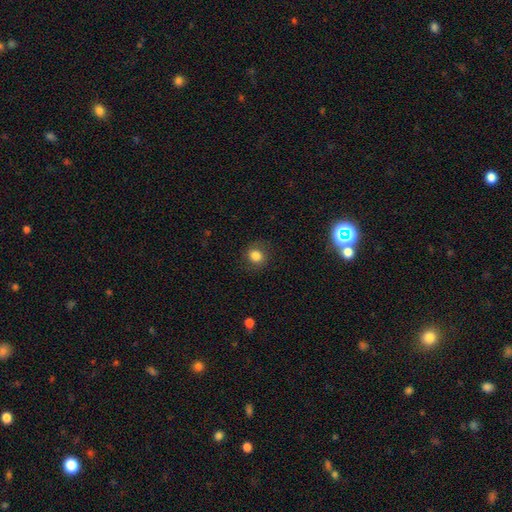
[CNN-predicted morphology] Smooth or featured? Predicted: smooth (p=0.81). How rounded? Predicted: round (p=0.78). Merging? Predicted: none (p=0.82).